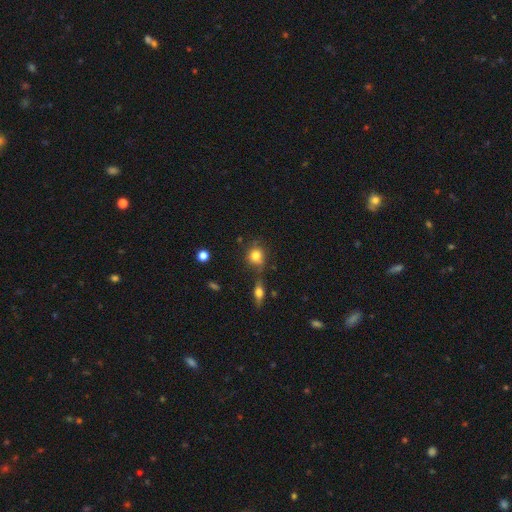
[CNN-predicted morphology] smooth 78%, star or artifact 11%, featured or disk 11%. Down the decision tree: how rounded — round (75%); merging — none (61%).